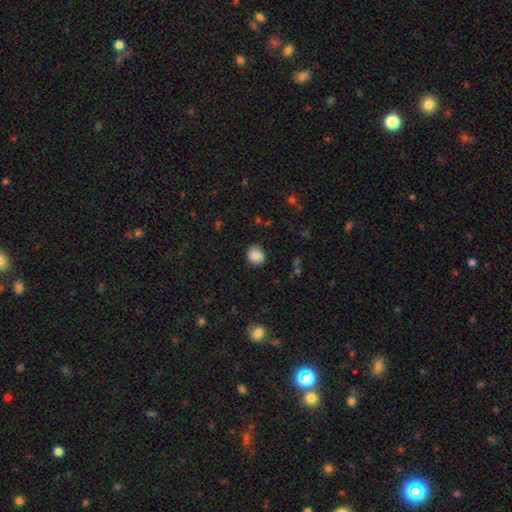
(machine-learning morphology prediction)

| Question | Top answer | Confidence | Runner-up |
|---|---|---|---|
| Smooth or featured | smooth | 85% | star or artifact (9%) |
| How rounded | round | 78% | in between (21%) |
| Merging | none | 83% | minor disturbance (12%) |